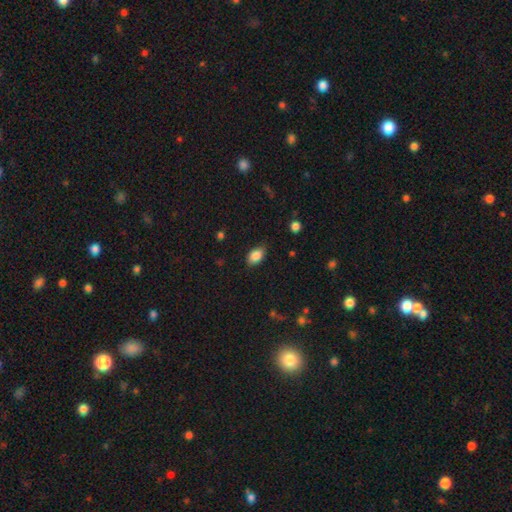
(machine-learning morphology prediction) This appears to be a smooth galaxy with no disk features (87%) that is in between round and cigar-shaped (89%). Merging: none (80%).